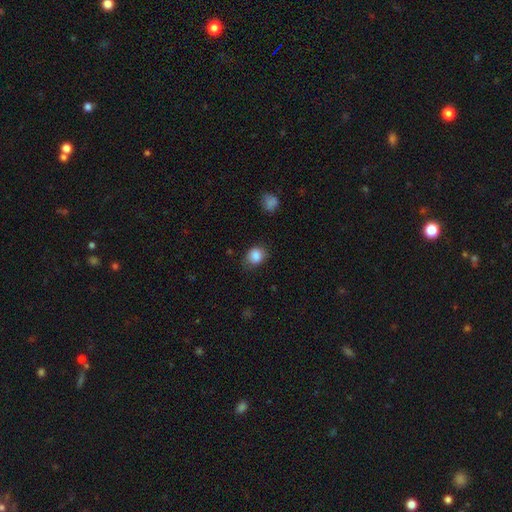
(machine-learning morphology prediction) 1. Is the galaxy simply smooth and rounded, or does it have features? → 86% smooth, 9% star or artifact, 5% featured or disk.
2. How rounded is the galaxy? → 55% round, 44% in between, 1% cigar-shaped.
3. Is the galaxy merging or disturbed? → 73% none, 20% minor disturbance, 5% major disturbance, 2% merger.